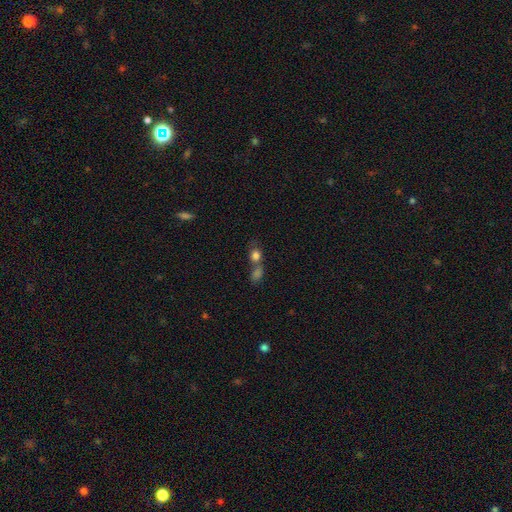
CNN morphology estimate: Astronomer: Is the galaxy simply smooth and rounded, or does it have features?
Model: smooth — 76%.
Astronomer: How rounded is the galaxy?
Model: round — 58% (runner-up: in between, 38%).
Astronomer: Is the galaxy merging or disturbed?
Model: merger — 59%.